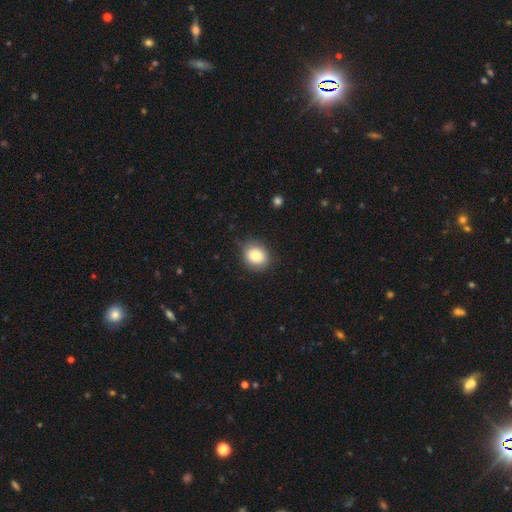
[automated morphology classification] Q: Smooth or featured?
A: smooth (81%); runner-up: featured or disk (11%)
Q: How rounded?
A: round (66%); runner-up: in between (33%)
Q: Merging?
A: none (81%); runner-up: minor disturbance (14%)